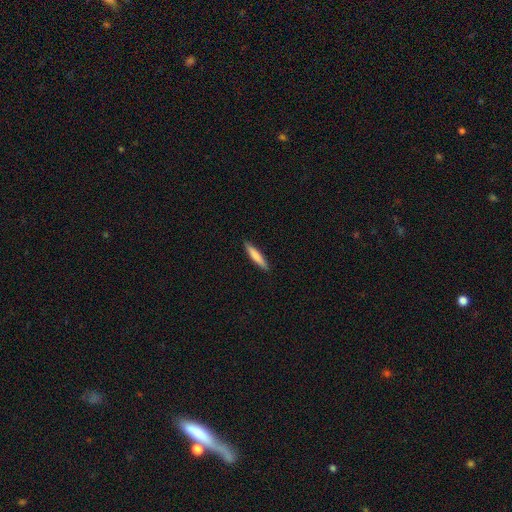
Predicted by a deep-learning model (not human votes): Smooth or featured: smooth — 78% (featured or disk — 17%)
How rounded: cigar-shaped — 91% (in between — 8%)
Merging: none — 90% (minor disturbance — 7%)